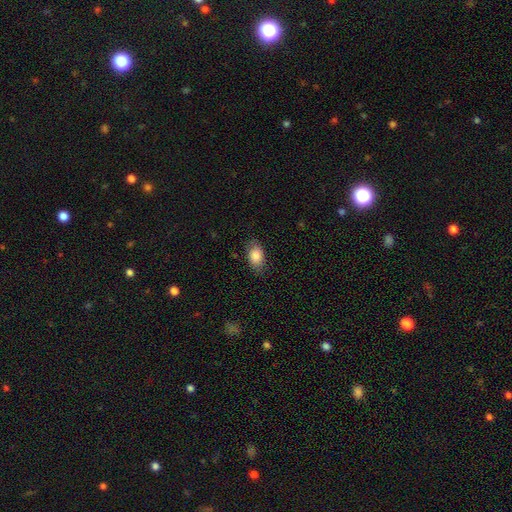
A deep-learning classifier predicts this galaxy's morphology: Smooth or featured: smooth — 86% (star or artifact — 7%)
How rounded: in between — 87% (round — 11%)
Merging: none — 80% (minor disturbance — 15%)